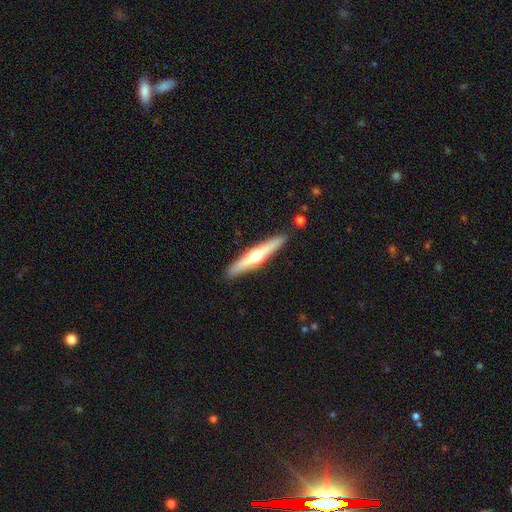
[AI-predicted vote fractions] This appears to be a featured or disk galaxy (60%) viewed edge-on (96%) with a rounded central bulge (91%). Merging: none (90%).